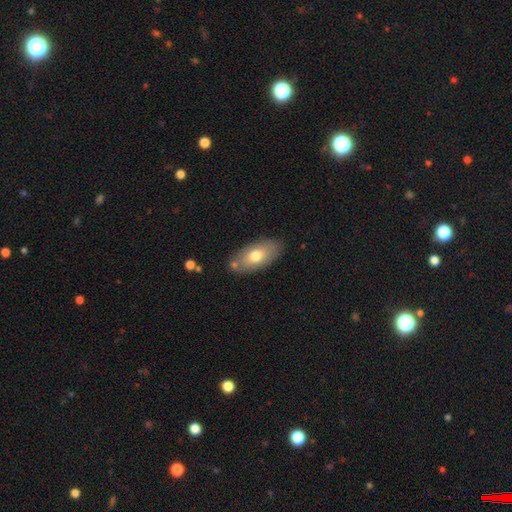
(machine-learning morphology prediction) Smooth or featured? Predicted: smooth (p=0.70). How rounded? Predicted: in between (p=0.90). Merging? Predicted: none (p=0.77).